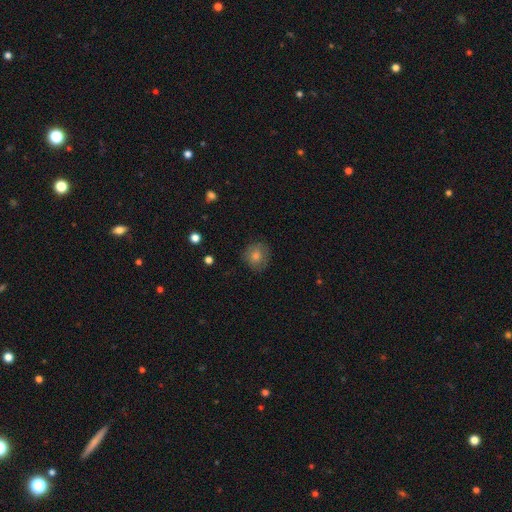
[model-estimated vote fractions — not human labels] smooth 70%, featured or disk 17%, star or artifact 13%. Down the decision tree: how rounded — round (88%); merging — none (82%).